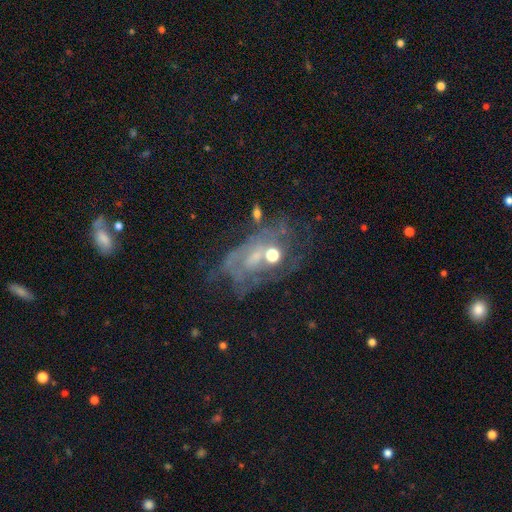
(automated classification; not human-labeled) Smooth or featured?
  - featured or disk: 68% *
  - star or artifact: 17%
  - smooth: 16%
Edge-on disk?
  - no: 94% *
  - yes: 6%
Bar?
  - no: 66% *
  - weak: 26%
  - strong: 8%
Spiral arms?
  - yes: 58% *
  - no: 42%
Bulge size?
  - moderate: 48% *
  - small: 35%
  - none: 10%
  - large: 6%
  - dominant: 2%
Merging?
  - none: 41% *
  - major disturbance: 29%
  - minor disturbance: 20%
  - merger: 10%